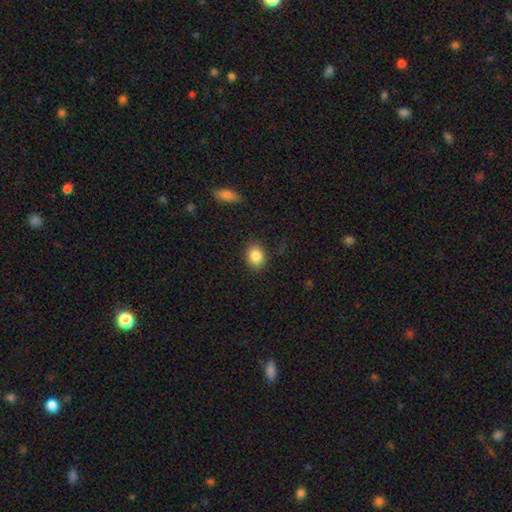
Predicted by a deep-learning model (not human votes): Overall: smooth (85%). How rounded: in between (56%; round 43%). Merging: none (86%).